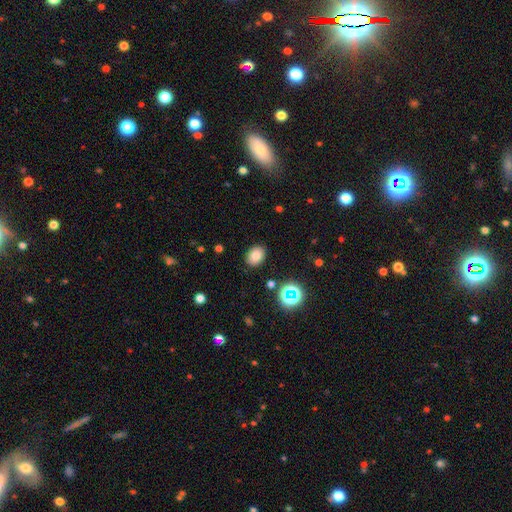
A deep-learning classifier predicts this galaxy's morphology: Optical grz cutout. It shows a smooth galaxy with no disk features (81%) that is in between round and cigar-shaped (67%). Merging: none (88%).